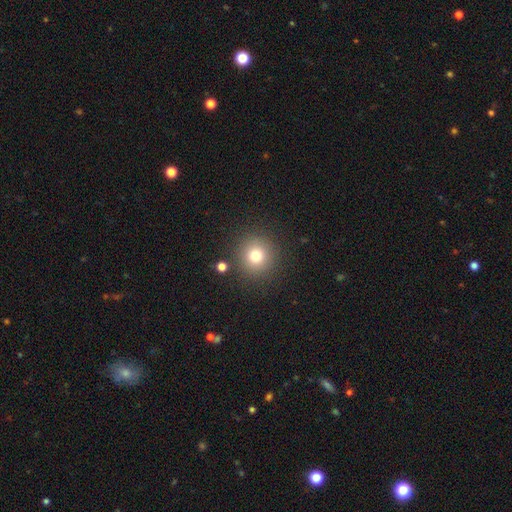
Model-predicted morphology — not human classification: Q: Smooth or featured?
A: smooth (77%); runner-up: star or artifact (14%)
Q: How rounded?
A: round (94%); runner-up: in between (5%)
Q: Merging?
A: none (87%); runner-up: minor disturbance (7%)